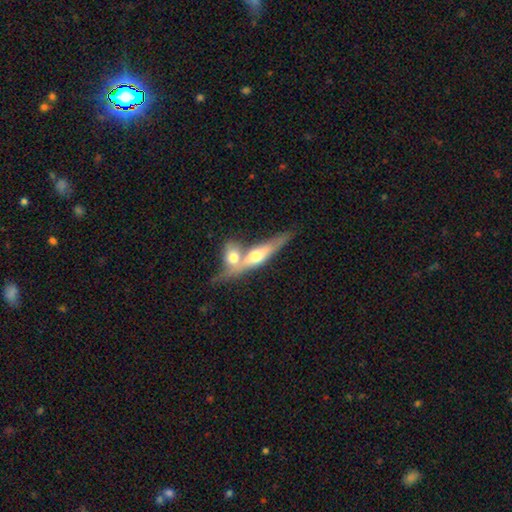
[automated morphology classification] Smooth or featured? Predicted: featured or disk (p=0.57). Edge-on disk? Predicted: yes (p=0.84). Merging? Predicted: merger (p=0.56).